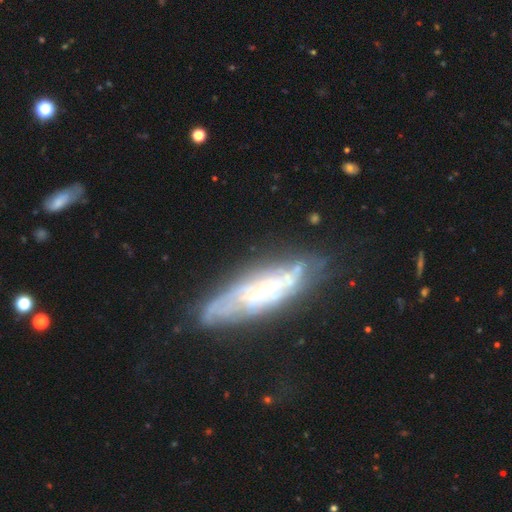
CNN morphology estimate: Smooth or featured?
  - featured or disk: 68% *
  - smooth: 23%
  - star or artifact: 8%
Edge-on disk?
  - no: 55% *
  - yes: 45%
Merging?
  - none: 75% *
  - minor disturbance: 17%
  - major disturbance: 6%
  - merger: 2%